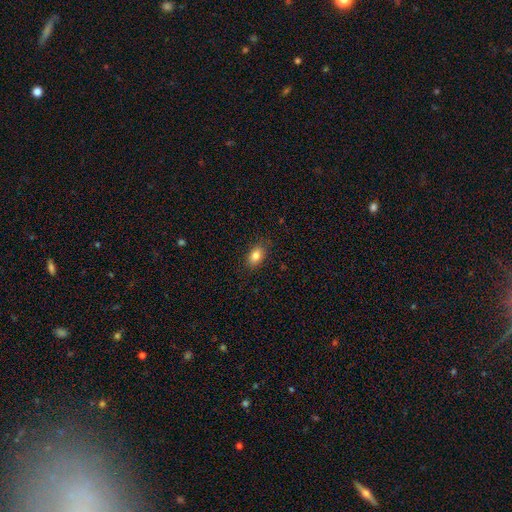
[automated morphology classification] Overall: smooth (83%). How rounded: in between (86%). Merging: none (86%).